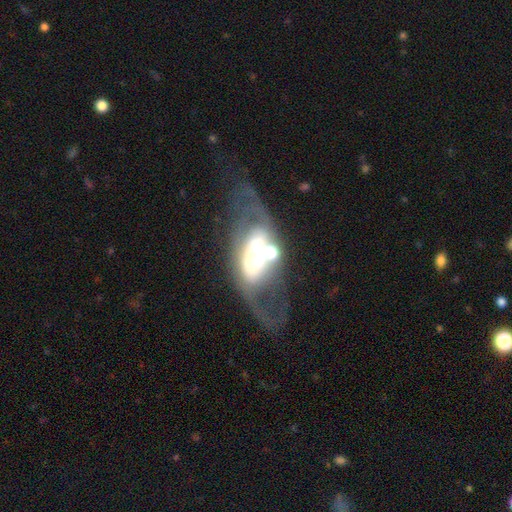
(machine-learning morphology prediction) A featured or disk galaxy (63%) with no bar (47%), no spiral arms (52%) and a large central bulge (40%). Merging: none (33%).